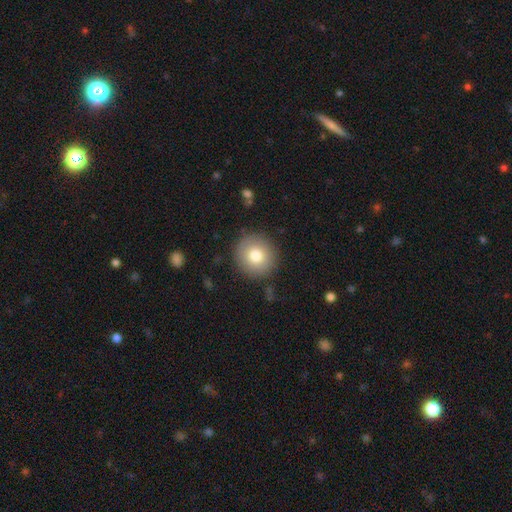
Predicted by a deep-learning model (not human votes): Smooth or featured?
  - smooth: 79% *
  - featured or disk: 12%
  - star or artifact: 9%
How rounded?
  - round: 94% *
  - in between: 5%
  - cigar-shaped: 1%
Merging?
  - none: 89% *
  - minor disturbance: 7%
  - major disturbance: 3%
  - merger: 1%